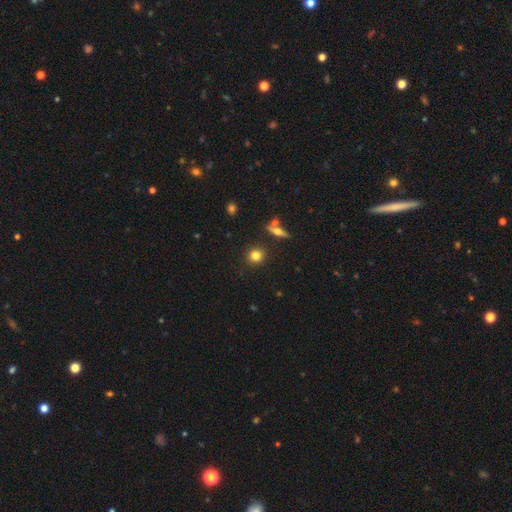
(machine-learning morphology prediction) This is likely a smooth galaxy (79%). How rounded: clearly round (88%). Merging: clearly none (86%).